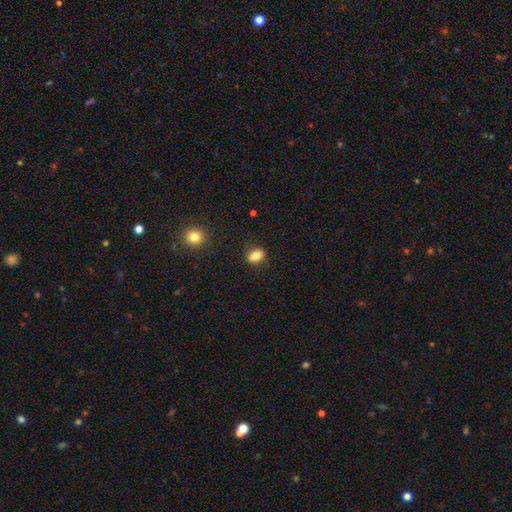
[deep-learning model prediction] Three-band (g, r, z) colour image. It shows a smooth galaxy with no disk features (82%) that is in between round and cigar-shaped (77%). Merging: none (85%).